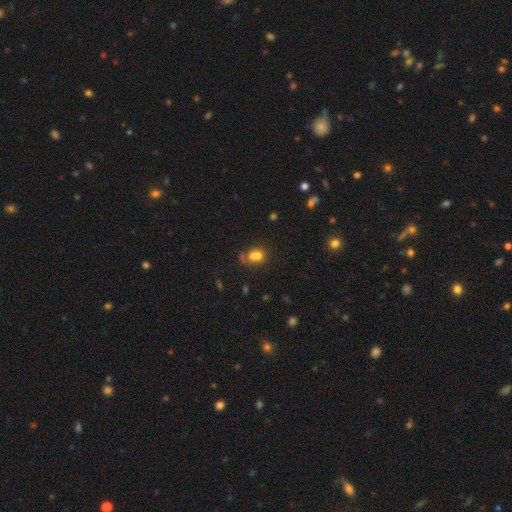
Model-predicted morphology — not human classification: Smooth or featured: smooth — 68% (featured or disk — 17%)
How rounded: round — 57% (in between — 42%)
Merging: merger — 58% (none — 27%)